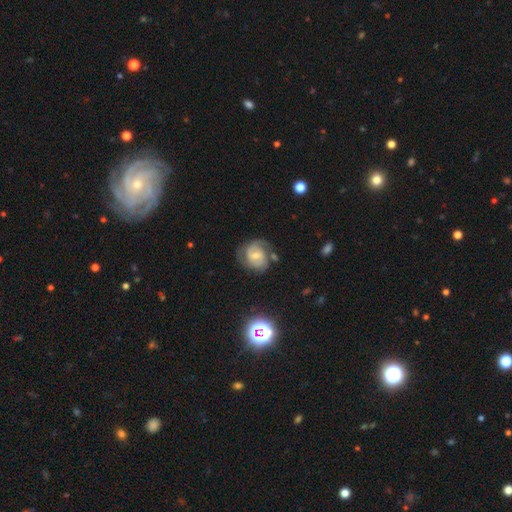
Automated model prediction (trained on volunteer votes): Smooth or featured?
  - featured or disk: 78% *
  - smooth: 15%
  - star or artifact: 7%
Edge-on disk?
  - no: 98% *
  - yes: 2%
Bar?
  - weak: 53% *
  - no: 34%
  - strong: 13%
Spiral arms?
  - yes: 94% *
  - no: 6%
Spiral winding?
  - tight: 44% * (tied)
  - medium: 44% * (tied)
  - loose: 12%
Spiral arm count?
  - 2: 71% *
  - can't tell: 13%
  - 3: 8%
  - 1: 4%
  - 4: 2%
  - more than 4: 2%
Bulge size?
  - small: 50% *
  - moderate: 42%
  - none: 4%
  - large: 2%
  - dominant: 1%
Merging?
  - none: 65% *
  - minor disturbance: 20%
  - major disturbance: 10%
  - merger: 5%